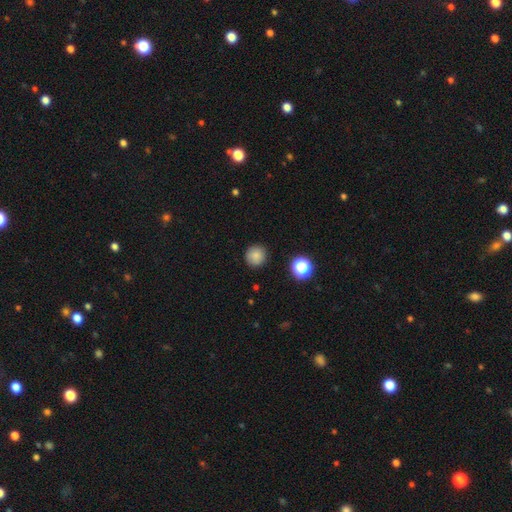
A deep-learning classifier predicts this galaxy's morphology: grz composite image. It shows a smooth galaxy with no disk features (83%) that is round (94%). Merging: none (90%).